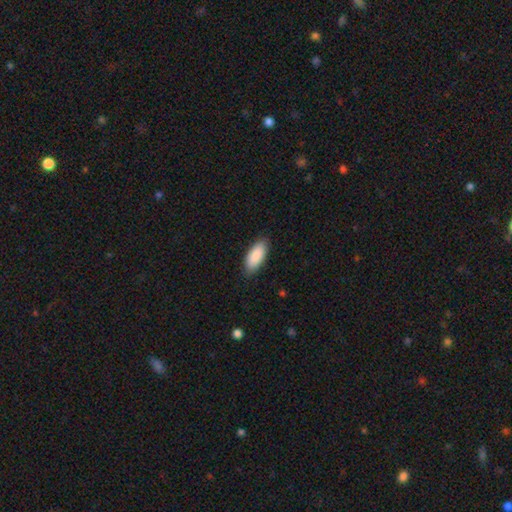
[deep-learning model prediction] A smooth galaxy with no disk features (89%) that is in between round and cigar-shaped (87%). Merging: none (86%).